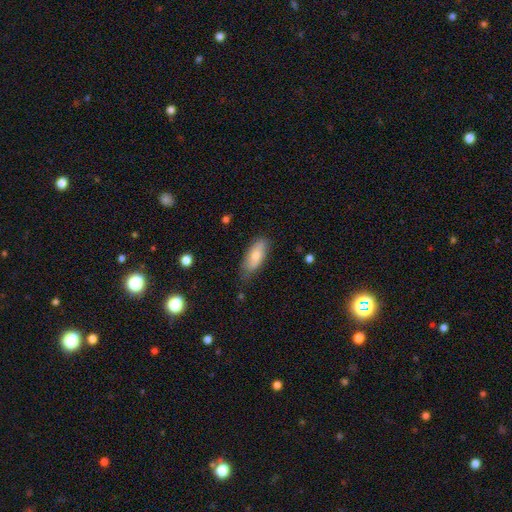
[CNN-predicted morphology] type=smooth (71%); roundness=in between (81%); merging=none (74%).